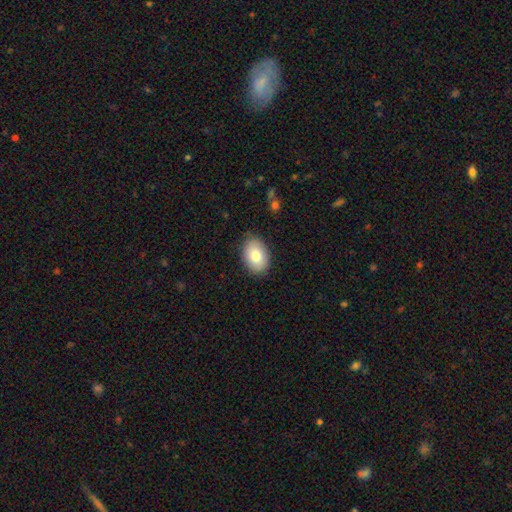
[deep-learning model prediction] This appears to be a smooth galaxy with no disk features (82%) that is in between round and cigar-shaped (84%). Merging: none (85%).